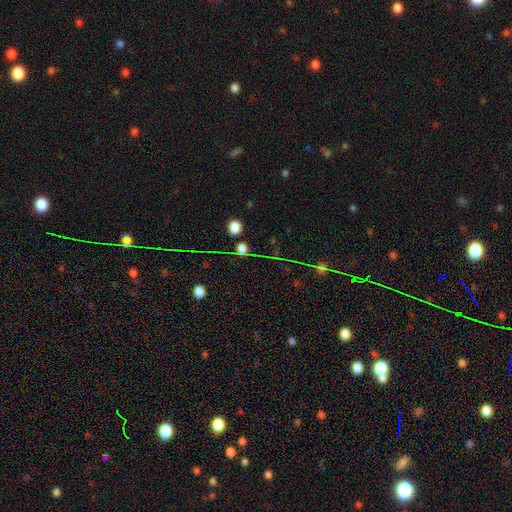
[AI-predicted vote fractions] smooth_or_featured: star or artifact (p=0.65) [alt: smooth p=0.24]